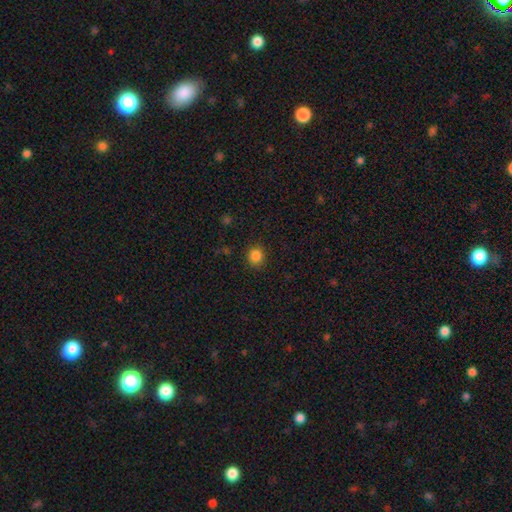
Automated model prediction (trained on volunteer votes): smooth_or_featured: smooth (p=0.85) [alt: star or artifact p=0.12]
how_rounded: round (p=0.88) [alt: in between p=0.11]
merging: none (p=0.89) [alt: minor disturbance p=0.07]